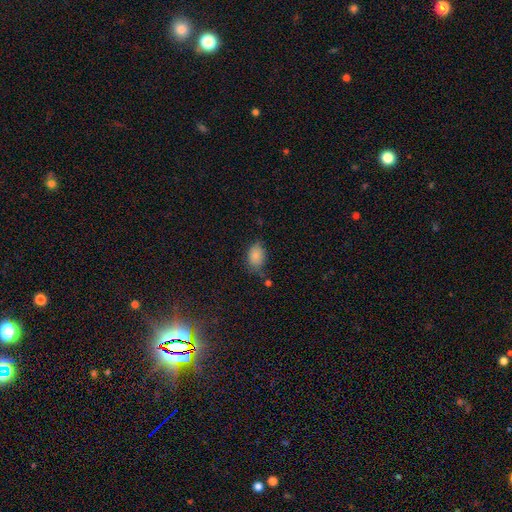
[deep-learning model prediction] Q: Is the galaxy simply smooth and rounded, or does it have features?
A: smooth — 85%.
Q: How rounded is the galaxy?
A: in between — 79%.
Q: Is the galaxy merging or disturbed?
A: none — 60%.